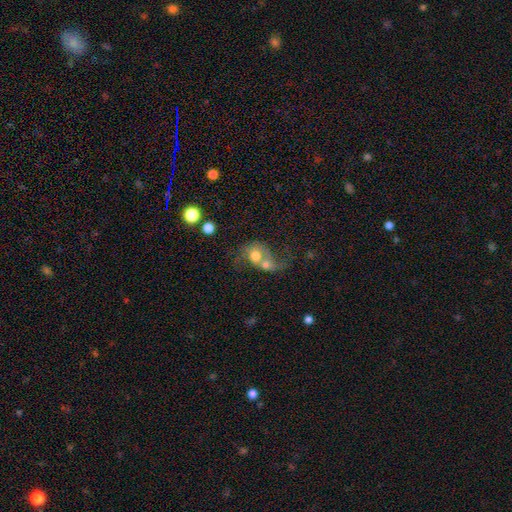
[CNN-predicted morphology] smooth 50%, featured or disk 40%, star or artifact 10%. Down the decision tree: merging — merger (74%).